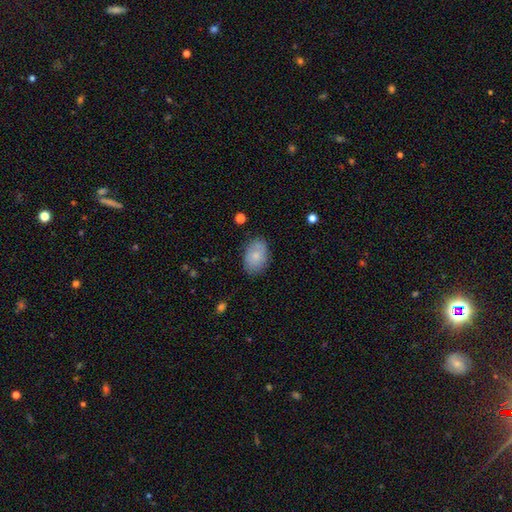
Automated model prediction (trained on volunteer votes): The model was most divided on "smooth or featured": smooth: 79%, featured or disk: 15%, star or artifact: 7%. More confident: how rounded — in between (86%); merging — none (80%).